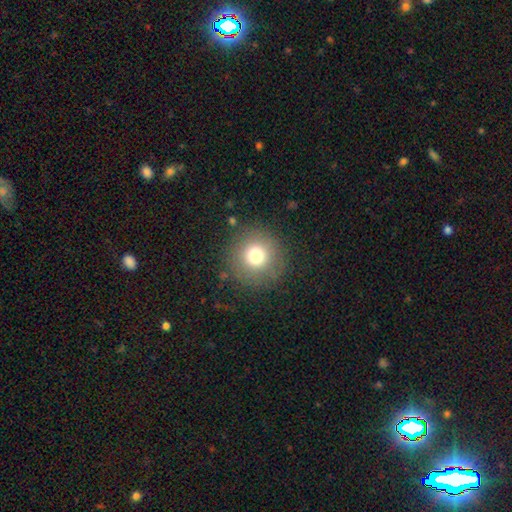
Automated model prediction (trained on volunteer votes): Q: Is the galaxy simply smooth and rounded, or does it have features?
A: smooth — 74%.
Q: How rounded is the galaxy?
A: round — 95%.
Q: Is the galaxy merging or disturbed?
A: none — 85%.